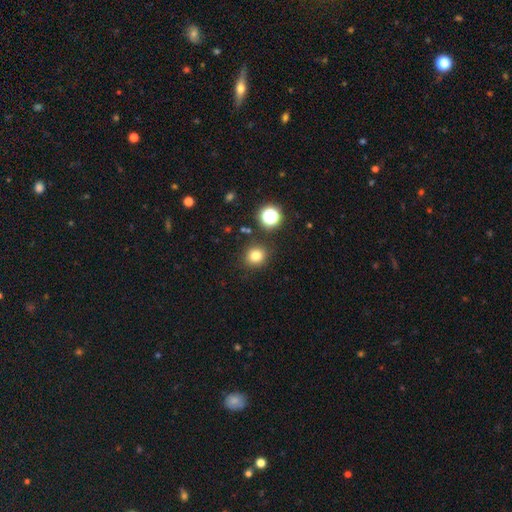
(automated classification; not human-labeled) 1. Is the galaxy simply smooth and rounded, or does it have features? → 78% smooth, 16% star or artifact, 6% featured or disk.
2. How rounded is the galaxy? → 87% round, 12% in between, 1% cigar-shaped.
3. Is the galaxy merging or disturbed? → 86% none, 8% minor disturbance, 3% merger, 3% major disturbance.